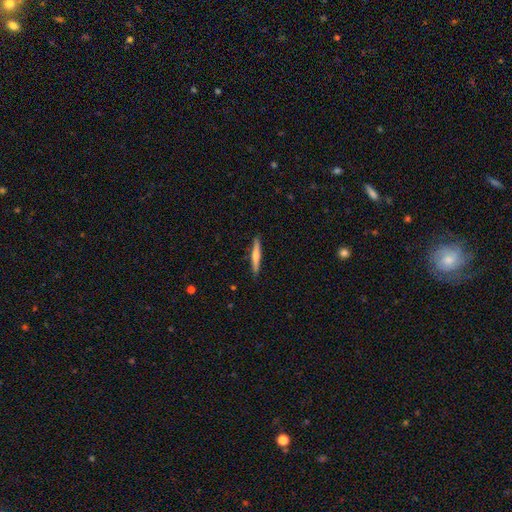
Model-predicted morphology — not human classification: type=smooth (57%); roundness=cigar-shaped (94%); merging=none (90%).